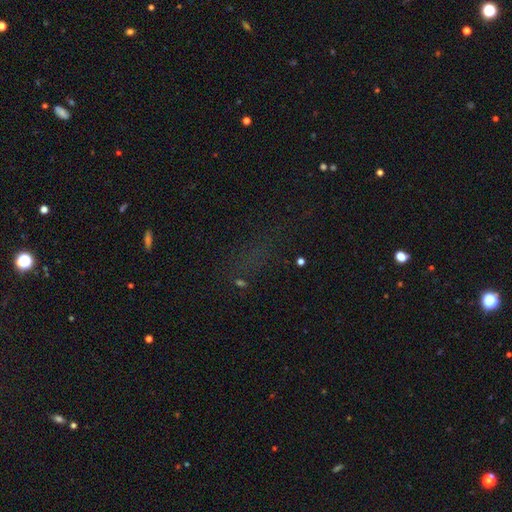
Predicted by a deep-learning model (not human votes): Smooth or featured?
  - star or artifact: 59% *
  - smooth: 28%
  - featured or disk: 13%